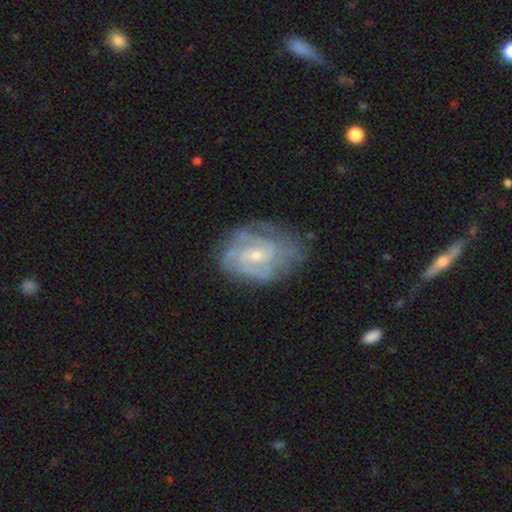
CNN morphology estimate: Overall: featured or disk (81%). Edge-on disk: no (97%). Bar: no (55%; weak 38%). Spiral arms: yes (91%). Spiral arm count: can't tell (36%; 2 24%). Spiral winding: tight (52%; medium 38%). Bulge size: small (68%). Merging: none (61%; minor disturbance 24%).